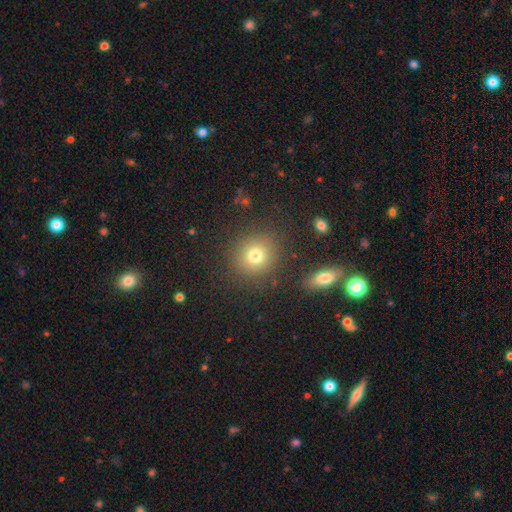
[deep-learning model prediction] Overall: smooth (73%). How rounded: round (87%). Merging: none (87%).